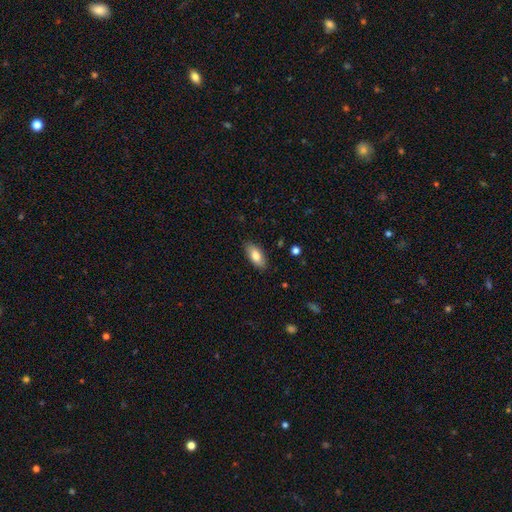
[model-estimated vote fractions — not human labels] smooth-or-featured: smooth: 79% | featured or disk: 15% | star or artifact: 6%
  how-rounded: in between: 89% | cigar-shaped: 9% | round: 2%
  merging: none: 86% | minor disturbance: 11% | major disturbance: 2% | merger: 1%